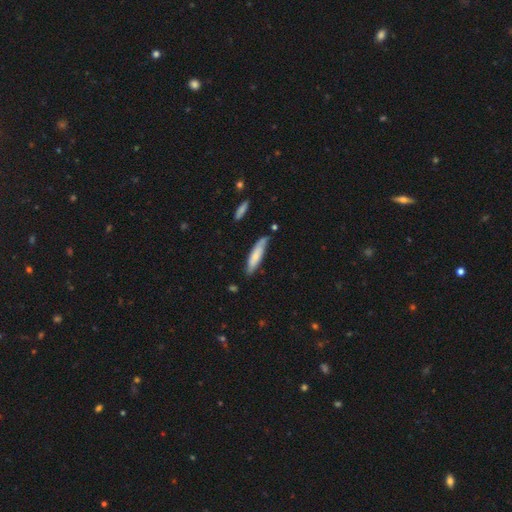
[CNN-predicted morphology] This is likely a smooth galaxy (69%). How rounded: likely cigar-shaped (76%). Merging: likely none (68%).